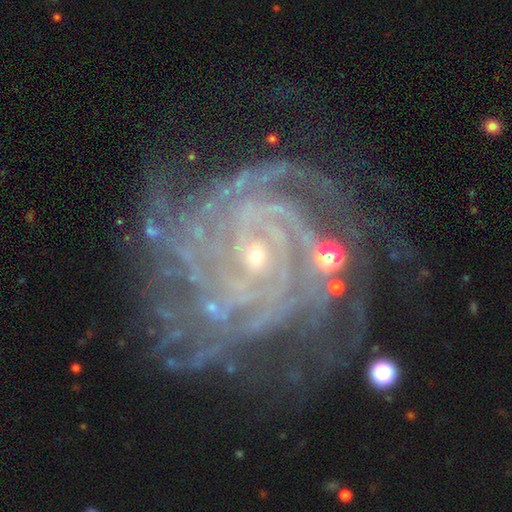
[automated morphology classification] featured or disk 91%, star or artifact 6%, smooth 3%. Down the decision tree: edge-on disk — no (98%); bar — no (60%); spiral arms — yes (98%); spiral arm count — 4 (24%); spiral winding — tight (75%); bulge size — small (81%); merging — none (65%).